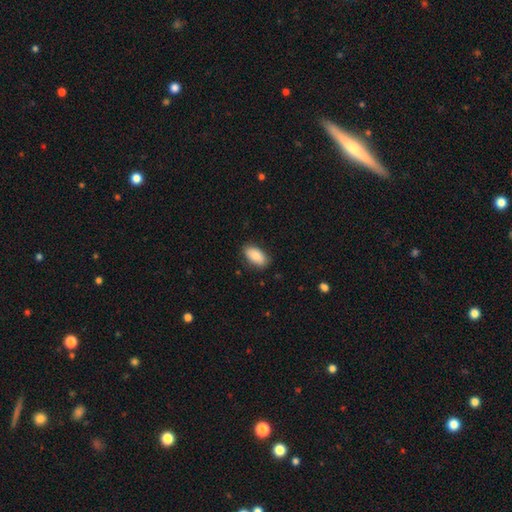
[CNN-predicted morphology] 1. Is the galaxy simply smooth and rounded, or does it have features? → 85% smooth, 9% featured or disk, 7% star or artifact.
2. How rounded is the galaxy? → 93% in between, 4% round, 3% cigar-shaped.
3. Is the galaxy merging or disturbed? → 84% none, 13% minor disturbance, 2% major disturbance, 1% merger.